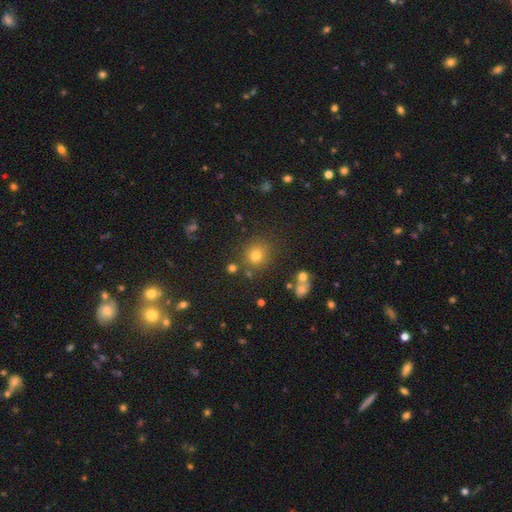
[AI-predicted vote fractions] smooth 73%, star or artifact 19%, featured or disk 8%. Down the decision tree: how rounded — round (90%); merging — none (82%).